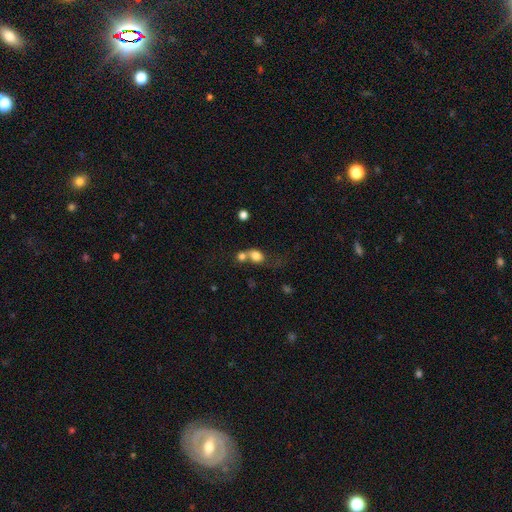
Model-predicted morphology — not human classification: Smooth or featured?
  - smooth: 77% *
  - featured or disk: 12%
  - star or artifact: 11%
How rounded?
  - round: 64% *
  - in between: 34%
  - cigar-shaped: 1%
Merging?
  - merger: 55% *
  - none: 28%
  - minor disturbance: 9%
  - major disturbance: 8%